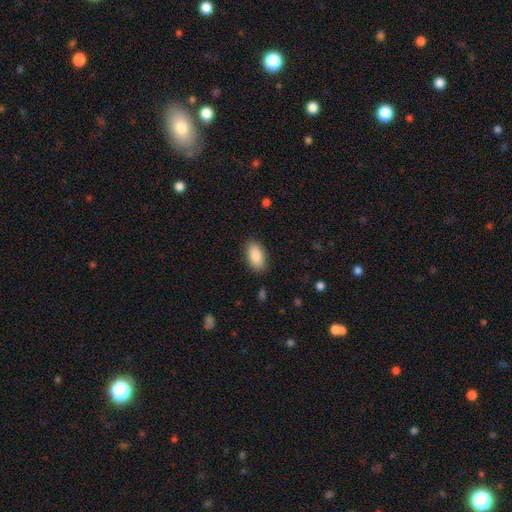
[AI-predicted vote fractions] Overall: smooth (88%). How rounded: in between (92%). Merging: none (86%).